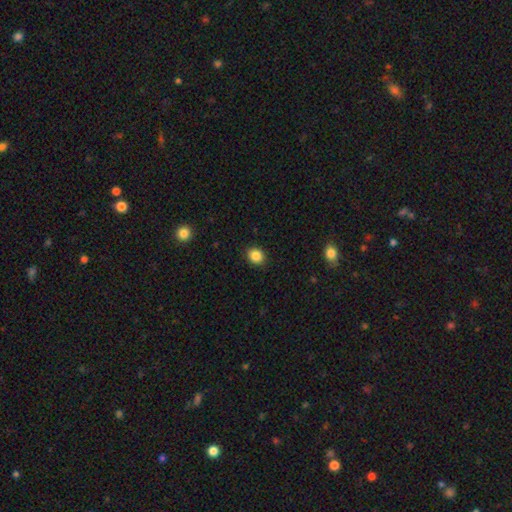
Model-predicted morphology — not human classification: Smooth or featured: smooth — 86% (star or artifact — 10%)
How rounded: round — 60% (in between — 39%)
Merging: none — 90% (minor disturbance — 7%)